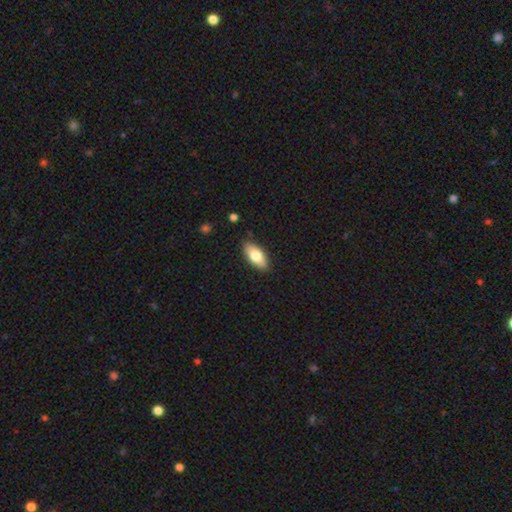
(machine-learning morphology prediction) Overall: smooth (77%). How rounded: in between (88%). Merging: none (87%).